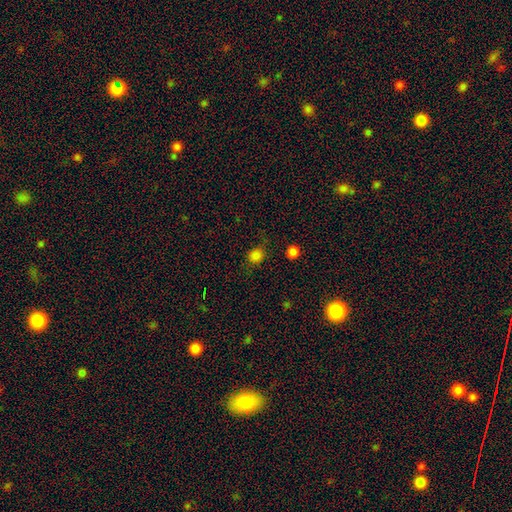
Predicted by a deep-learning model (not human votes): The model was most divided on "smooth or featured": smooth: 81%, star or artifact: 16%, featured or disk: 3%. More confident: how rounded — round (88%); merging — none (82%).